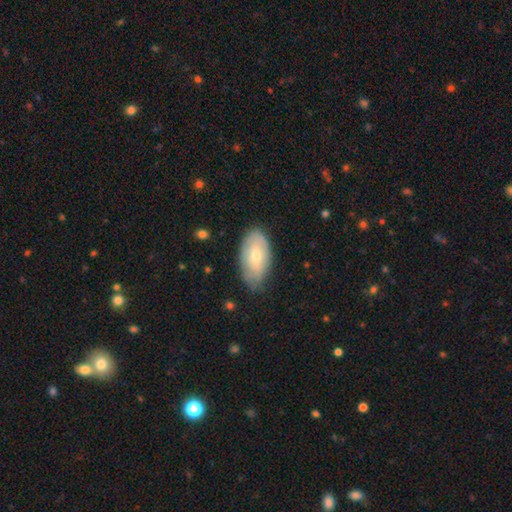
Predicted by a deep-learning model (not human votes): Smooth or featured?
  - smooth: 56% *
  - featured or disk: 38%
  - star or artifact: 6%
How rounded?
  - in between: 93% *
  - round: 4%
  - cigar-shaped: 3%
Merging?
  - none: 72% *
  - minor disturbance: 23%
  - major disturbance: 4%
  - merger: 1%